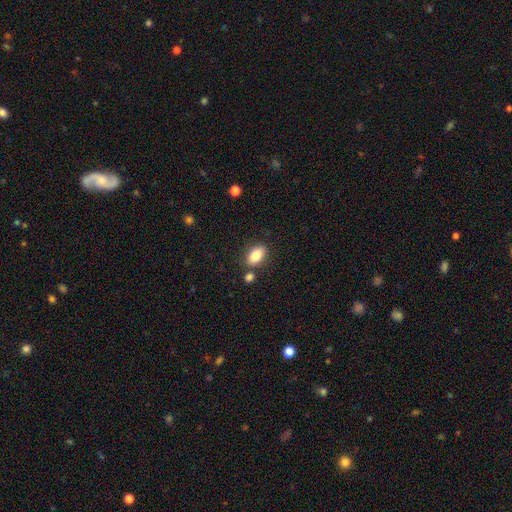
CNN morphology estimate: smooth-or-featured: smooth: 81% | featured or disk: 11% | star or artifact: 7%
  how-rounded: in between: 88% | round: 8% | cigar-shaped: 4%
  merging: none: 77% | minor disturbance: 11% | merger: 10% | major disturbance: 3%